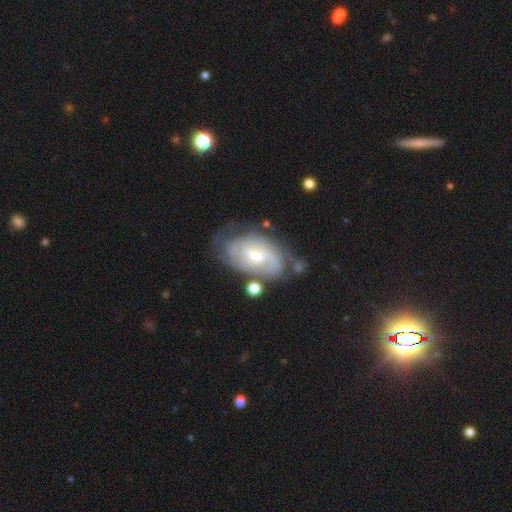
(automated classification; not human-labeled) Smooth or featured? Predicted: featured or disk (p=0.81). Edge-on disk? Predicted: no (p=0.96). Bar? Predicted: weak (p=0.47). Spiral arms? Predicted: yes (p=0.93). Spiral winding? Predicted: tight (p=0.59). Spiral arm count? Predicted: 2 (p=0.36, tied with can't tell). Bulge size? Predicted: small (p=0.51). Merging? Predicted: none (p=0.61).